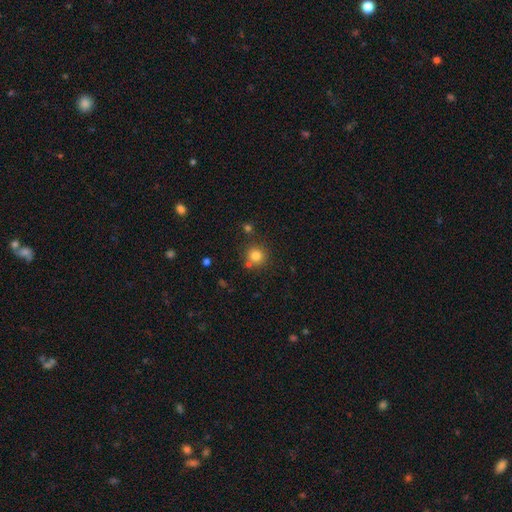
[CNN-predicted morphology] Smooth or featured: smooth — 80% (star or artifact — 13%)
How rounded: round — 92% (in between — 7%)
Merging: none — 75% (merger — 12%)